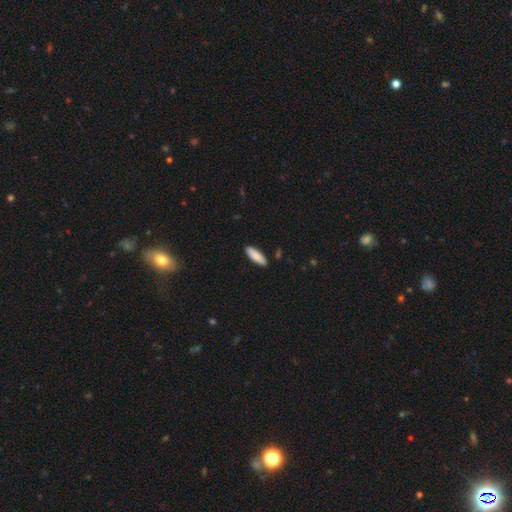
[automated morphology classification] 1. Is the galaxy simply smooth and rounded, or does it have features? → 88% smooth, 7% featured or disk, 5% star or artifact.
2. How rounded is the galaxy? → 50% in between, 48% cigar-shaped, 2% round.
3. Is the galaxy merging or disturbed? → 89% none, 8% minor disturbance, 2% major disturbance, 1% merger.